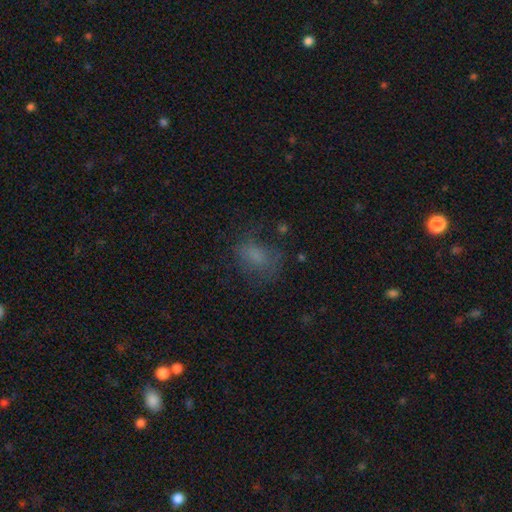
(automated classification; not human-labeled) Smooth or featured? smooth (64%)
How rounded? in between (67%)
Merging? none (51%)